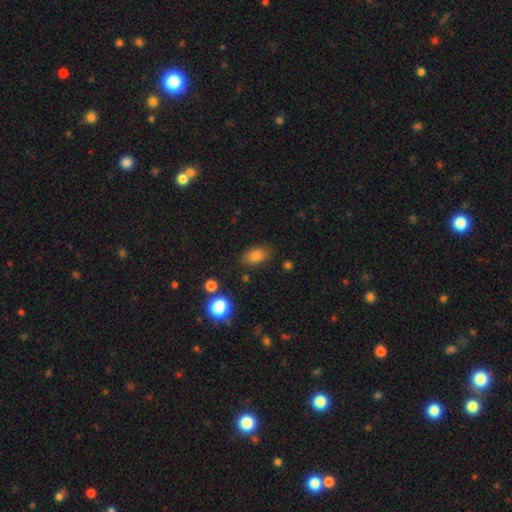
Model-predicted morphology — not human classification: Q: Smooth or featured?
A: smooth (81%); runner-up: star or artifact (10%)
Q: How rounded?
A: in between (87%); runner-up: round (10%)
Q: Merging?
A: none (80%); runner-up: minor disturbance (14%)